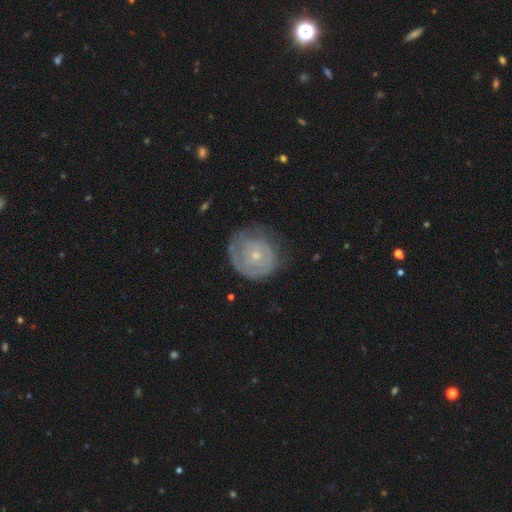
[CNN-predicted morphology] This is likely a featured or disk galaxy (60%). It is clearly not viewed edge-on (97%). Bar: clearly no (86%). Spiral arm pattern: likely yes (65%). Central bulge: likely small (73%). Merging: likely none (64%).